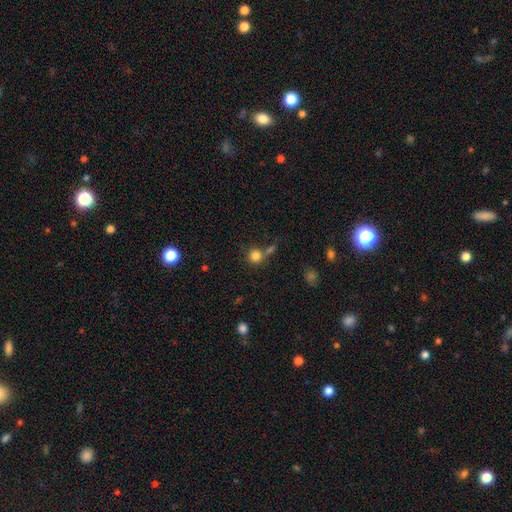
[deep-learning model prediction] Morphology: type=smooth (81%); roundness=round (90%); merging=none (60%).